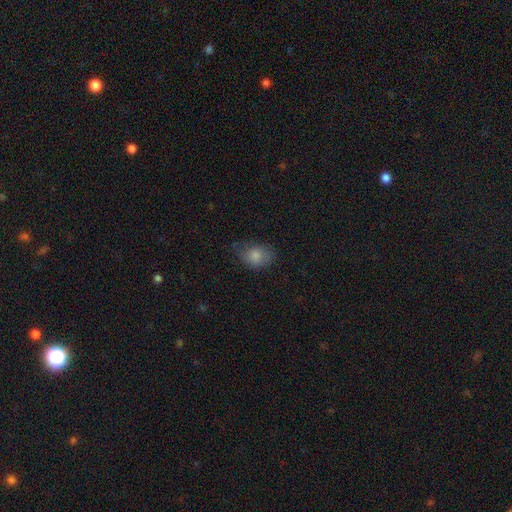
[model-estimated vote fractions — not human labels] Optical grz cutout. It shows a smooth galaxy with no disk features (81%) that is in between round and cigar-shaped (71%). Merging: none (53%).